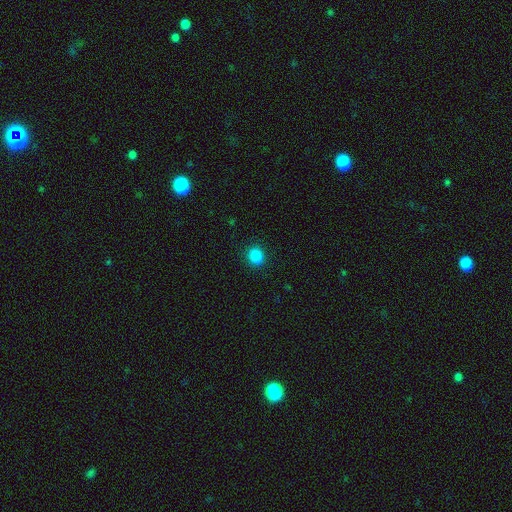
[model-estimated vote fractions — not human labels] Smooth or featured: smooth — 87% (star or artifact — 11%)
How rounded: round — 78% (in between — 21%)
Merging: none — 90% (minor disturbance — 7%)